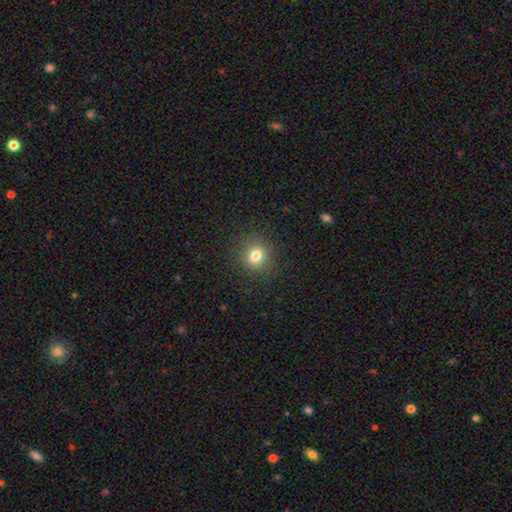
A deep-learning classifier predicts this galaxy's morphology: smooth_or_featured: smooth (p=0.79) [alt: star or artifact p=0.14]
how_rounded: round (p=0.77) [alt: in between p=0.22]
merging: none (p=0.88) [alt: minor disturbance p=0.08]